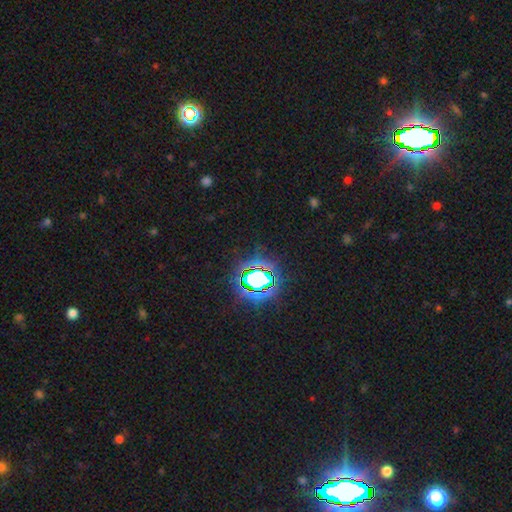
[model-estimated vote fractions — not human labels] Smooth or featured?
  - star or artifact: 81% *
  - smooth: 11%
  - featured or disk: 7%